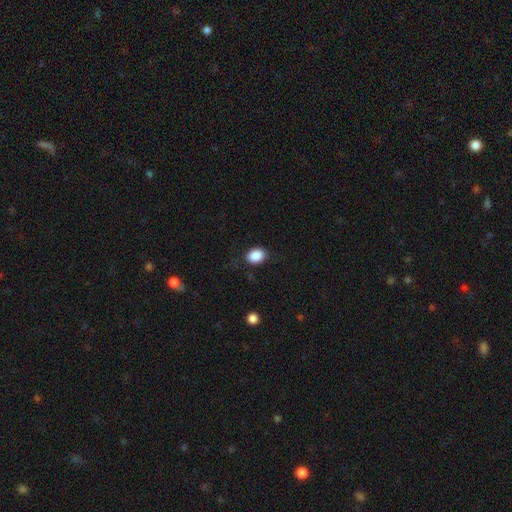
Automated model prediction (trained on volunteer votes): This is clearly a smooth galaxy (89%). How rounded: likely in between (70%). Merging: clearly none (83%).